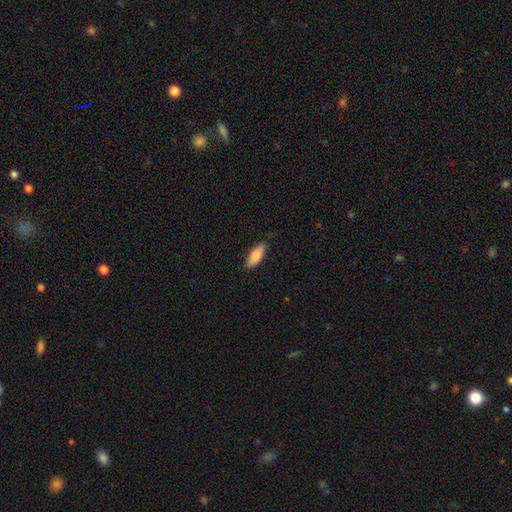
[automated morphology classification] smooth 87%, featured or disk 7%, star or artifact 6%. Down the decision tree: how rounded — in between (72%); merging — none (83%).